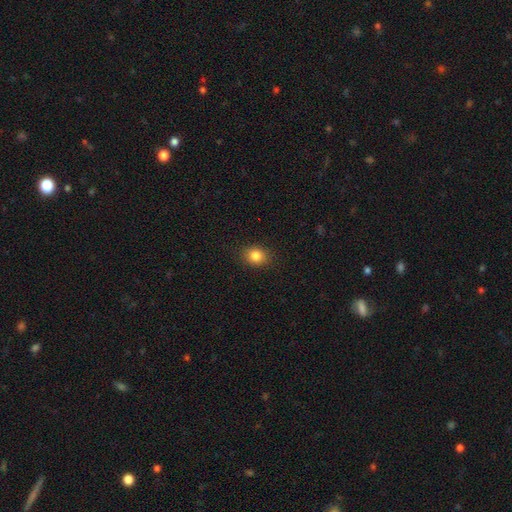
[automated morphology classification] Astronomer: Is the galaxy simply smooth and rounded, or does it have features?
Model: smooth — 84%.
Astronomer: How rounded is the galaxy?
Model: round — 59% (runner-up: in between, 40%).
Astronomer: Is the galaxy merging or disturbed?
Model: none — 88%.